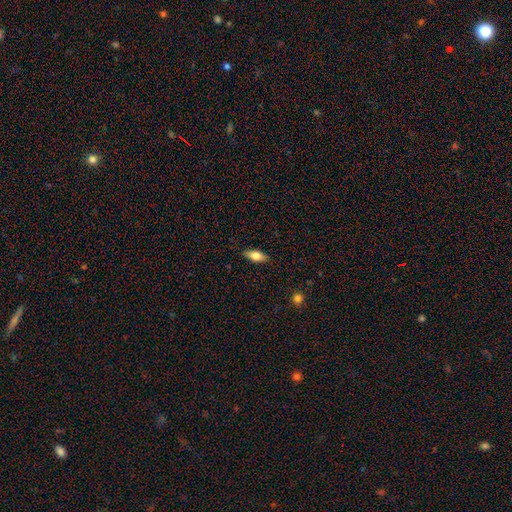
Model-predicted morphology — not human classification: Smooth or featured? Predicted: smooth (p=0.74). How rounded? Predicted: in between (p=0.79). Merging? Predicted: none (p=0.85).